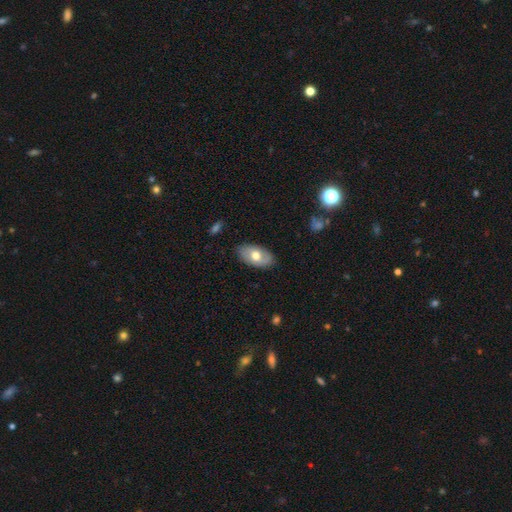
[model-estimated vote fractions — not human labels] smooth 60%, featured or disk 34%, star or artifact 6%. Down the decision tree: how rounded — in between (93%); merging — none (83%).